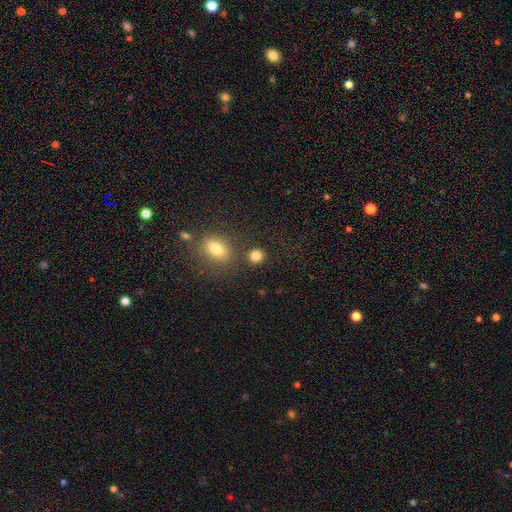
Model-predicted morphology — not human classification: Smooth or featured? Predicted: smooth (p=0.82). How rounded? Predicted: round (p=0.83). Merging? Predicted: none (p=0.79).